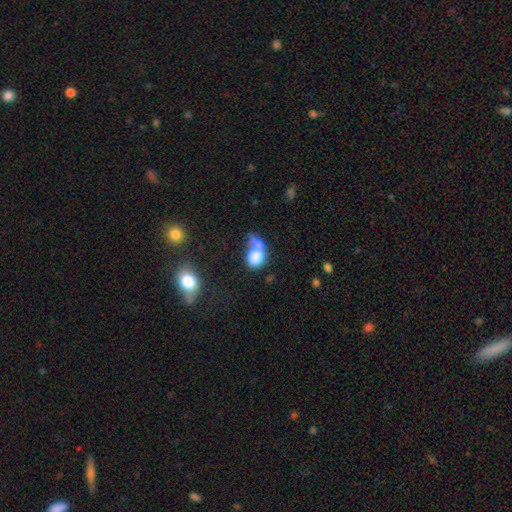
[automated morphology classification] Smooth or featured?
  - smooth: 76% *
  - featured or disk: 15%
  - star or artifact: 9%
How rounded?
  - in between: 49% * (tied)
  - round: 49% * (tied)
  - cigar-shaped: 2%
Merging?
  - merger: 64% *
  - none: 20%
  - minor disturbance: 8%
  - major disturbance: 8%